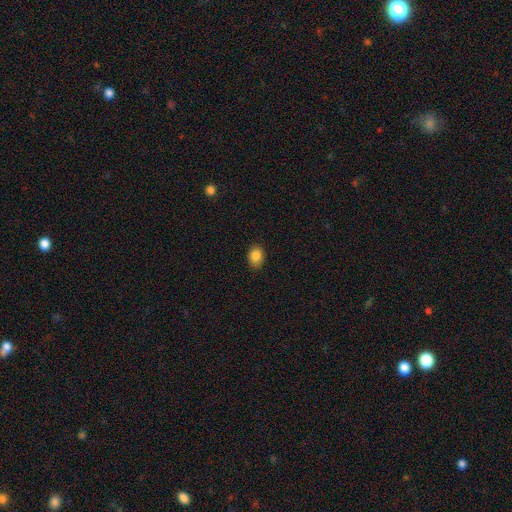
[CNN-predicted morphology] Smooth or featured? Predicted: smooth (p=0.85). How rounded? Predicted: in between (p=0.65). Merging? Predicted: none (p=0.87).